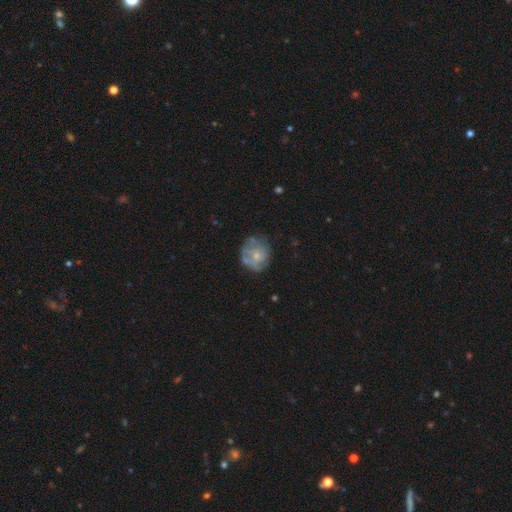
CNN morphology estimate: Smooth or featured? featured or disk (49%)
Merging? none (60%)